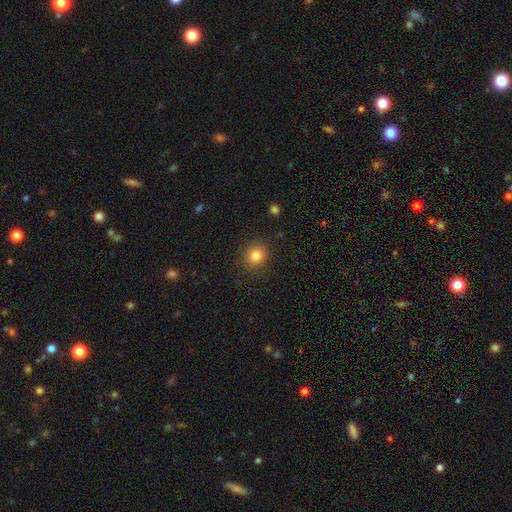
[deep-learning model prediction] smooth 83%, star or artifact 11%, featured or disk 6%. Down the decision tree: how rounded — round (85%); merging — none (88%).